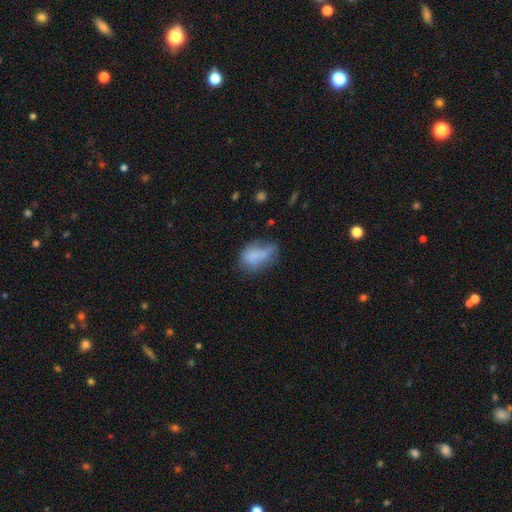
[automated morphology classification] A smooth galaxy with no disk features (71%) that is in between round and cigar-shaped (84%).

Vote fractions:
- Smooth or featured? smooth: 71% / featured or disk: 19% / star or artifact: 10%
- How rounded? in between: 84% / round: 11% / cigar-shaped: 6%
- Merging? none: 36% / minor disturbance: 33% / major disturbance: 23% / merger: 9%